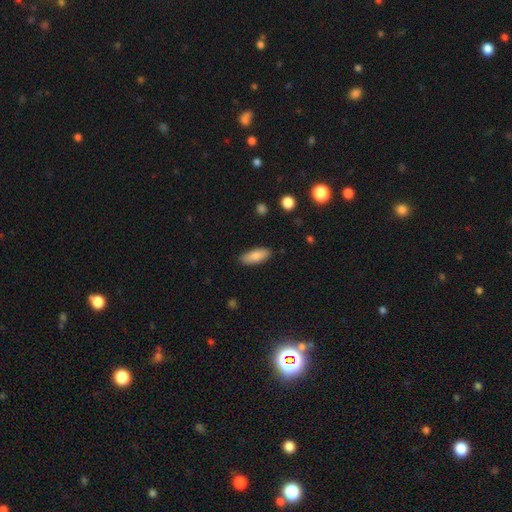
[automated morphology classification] Smooth or featured? Predicted: smooth (p=0.83). How rounded? Predicted: in between (p=0.74). Merging? Predicted: none (p=0.88).